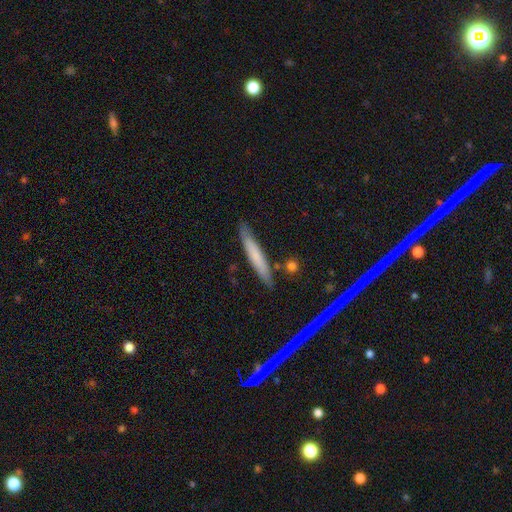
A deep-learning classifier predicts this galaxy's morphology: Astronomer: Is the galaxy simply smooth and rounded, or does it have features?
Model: smooth — 67%.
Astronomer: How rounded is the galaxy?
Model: cigar-shaped — 93%.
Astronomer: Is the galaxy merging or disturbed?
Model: none — 83%.